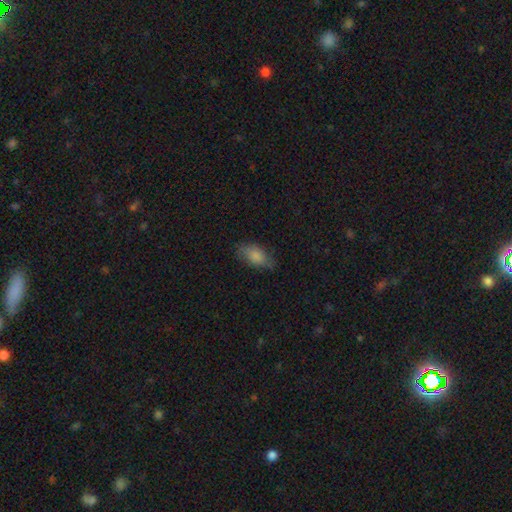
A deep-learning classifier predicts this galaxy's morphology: This is clearly a smooth galaxy (83%). How rounded: clearly in between (91%). Merging: likely none (72%).